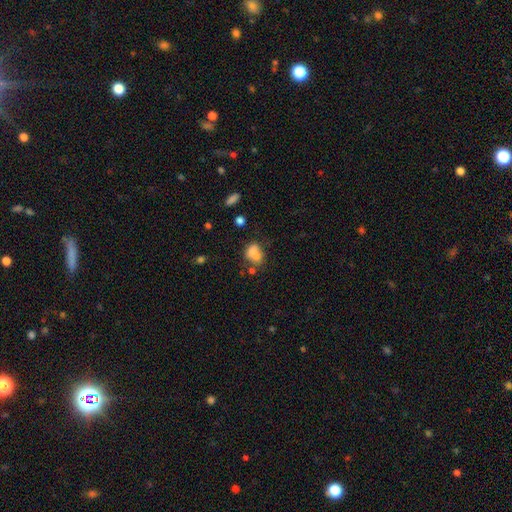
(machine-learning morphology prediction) The model was most divided on "merging": merger: 38%, none: 35%, minor disturbance: 18%, major disturbance: 10%. More confident: smooth or featured — smooth (71%); how rounded — in between (63%).